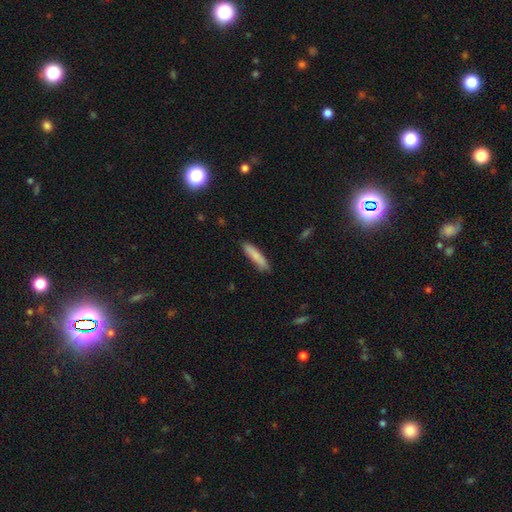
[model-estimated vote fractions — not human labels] A smooth galaxy with no disk features (83%) that is cigar-shaped (82%).

Vote fractions:
- Smooth or featured? smooth: 83% / featured or disk: 11% / star or artifact: 6%
- How rounded? cigar-shaped: 82% / in between: 16% / round: 1%
- Merging? none: 85% / minor disturbance: 12% / major disturbance: 2% / merger: 1%